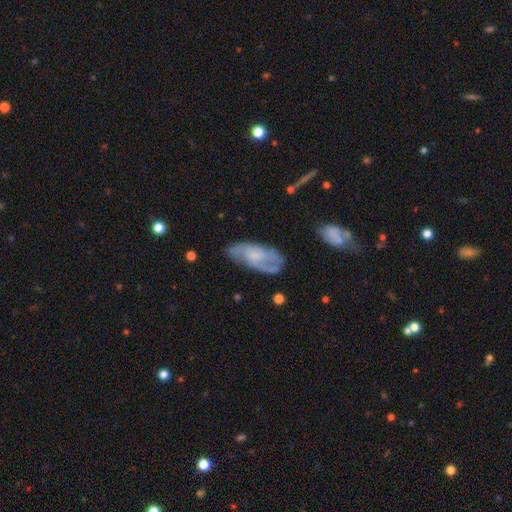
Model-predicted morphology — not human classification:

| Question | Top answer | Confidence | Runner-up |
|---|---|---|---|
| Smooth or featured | featured or disk | 65% | smooth (27%) |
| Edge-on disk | no | 92% | yes (8%) |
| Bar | no | 66% | weak (29%) |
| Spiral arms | yes | 84% | no (16%) |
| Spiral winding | medium | 45% | tight (30%) |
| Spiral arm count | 2 | 46% | can't tell (28%) |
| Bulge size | none | 41% | small (27%) |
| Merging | none | 65% | minor disturbance (23%) |